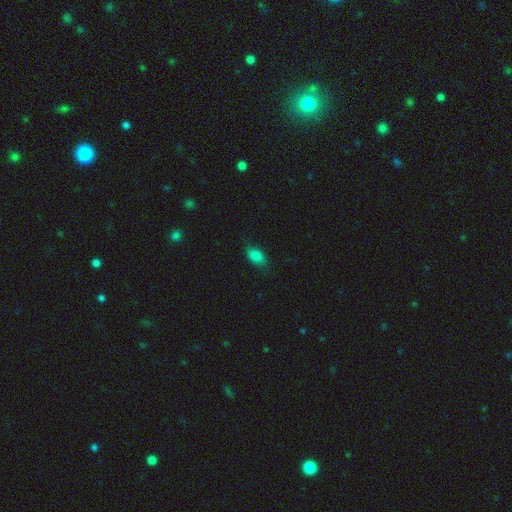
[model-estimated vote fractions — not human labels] Smooth or featured? smooth (84%)
How rounded? in between (90%)
Merging? none (78%)